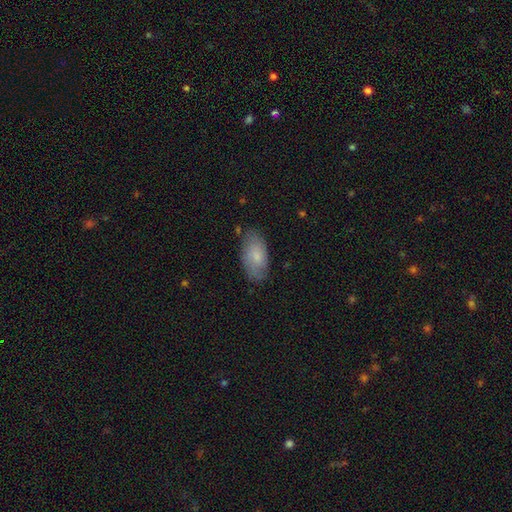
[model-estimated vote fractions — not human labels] Smooth or featured? Predicted: smooth (p=0.72). How rounded? Predicted: in between (p=0.93). Merging? Predicted: none (p=0.76).